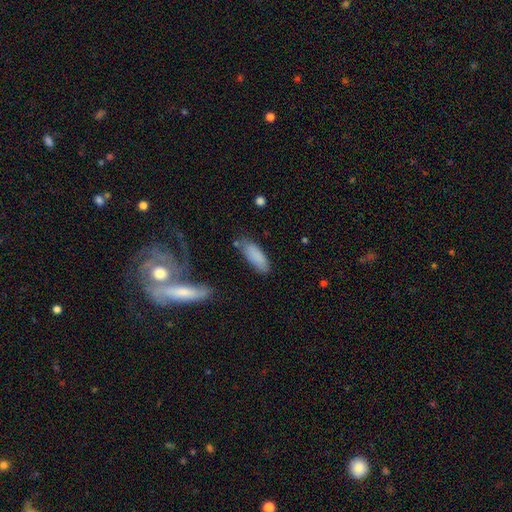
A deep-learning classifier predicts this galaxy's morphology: This is clearly a smooth galaxy (85%). How rounded: likely in between (67%). Merging: likely none (69%).